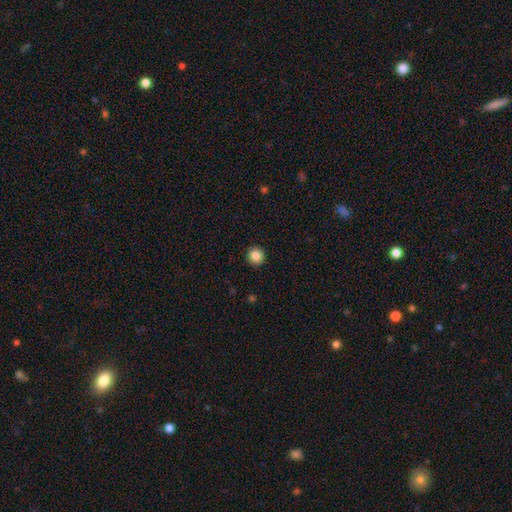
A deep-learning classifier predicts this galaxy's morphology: type=smooth (85%); roundness=round (92%); merging=none (92%).